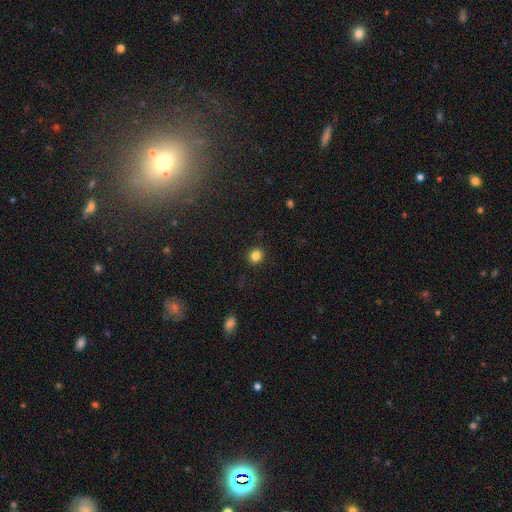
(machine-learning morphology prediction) A smooth galaxy with no disk features (83%) that is round (84%). Merging: none (91%).